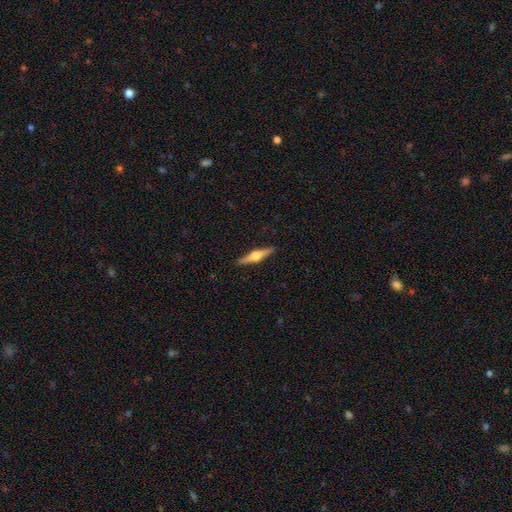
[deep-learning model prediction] Smooth or featured: featured or disk — 73% (smooth — 22%)
Edge-on disk: yes — 98% (no — 2%)
Edge-on bulge: rounded — 94% (boxy — 4%)
Merging: none — 91% (minor disturbance — 7%)